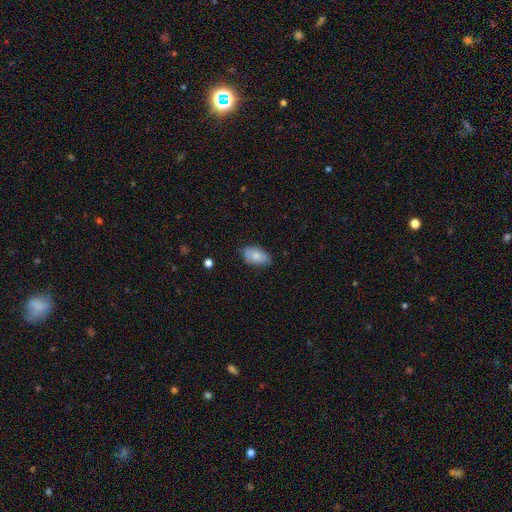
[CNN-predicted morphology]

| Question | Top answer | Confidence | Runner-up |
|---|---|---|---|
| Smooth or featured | smooth | 80% | featured or disk (13%) |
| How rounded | in between | 93% | round (5%) |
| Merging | none | 72% | minor disturbance (23%) |